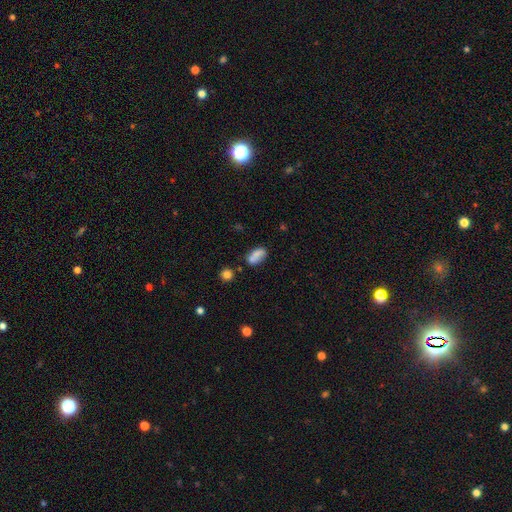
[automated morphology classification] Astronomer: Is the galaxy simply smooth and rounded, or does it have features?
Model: smooth — 75%.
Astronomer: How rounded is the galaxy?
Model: in between — 85%.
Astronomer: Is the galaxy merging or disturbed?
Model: none — 55%.